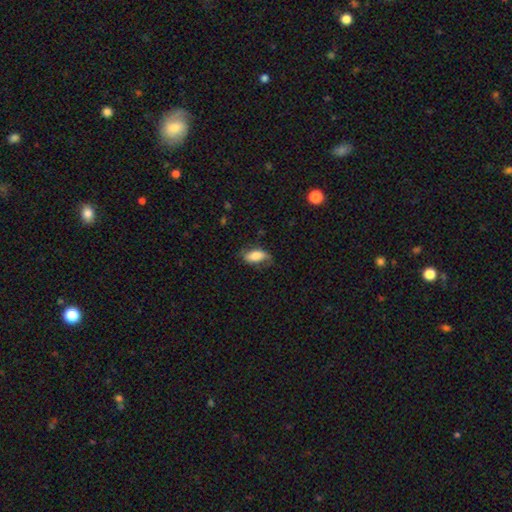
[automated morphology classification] Smooth or featured?
  - smooth: 72% *
  - featured or disk: 21%
  - star or artifact: 7%
How rounded?
  - in between: 88% *
  - cigar-shaped: 8%
  - round: 4%
Merging?
  - none: 57% *
  - minor disturbance: 29%
  - major disturbance: 12%
  - merger: 2%